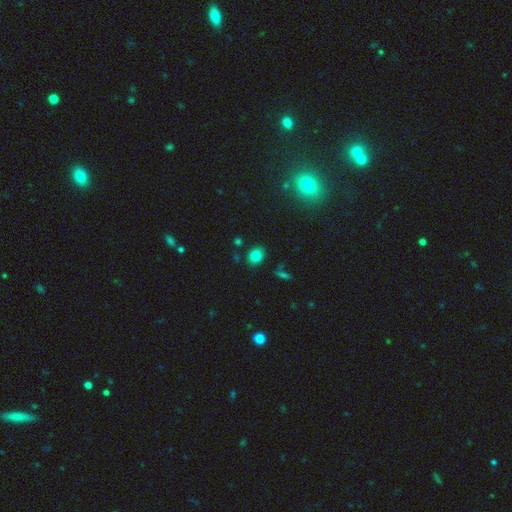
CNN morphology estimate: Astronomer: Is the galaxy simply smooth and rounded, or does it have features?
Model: smooth — 80%.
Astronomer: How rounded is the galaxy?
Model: round — 59% (runner-up: in between, 40%).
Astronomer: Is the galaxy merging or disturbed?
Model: none — 84%.